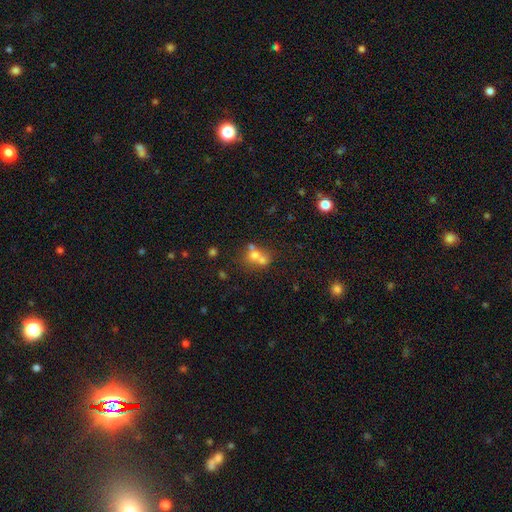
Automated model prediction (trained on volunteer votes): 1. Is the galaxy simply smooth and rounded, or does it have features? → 59% smooth, 24% featured or disk, 18% star or artifact.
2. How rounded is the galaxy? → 71% round, 28% in between, 1% cigar-shaped.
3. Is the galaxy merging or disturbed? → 58% merger, 31% none, 7% minor disturbance, 4% major disturbance.